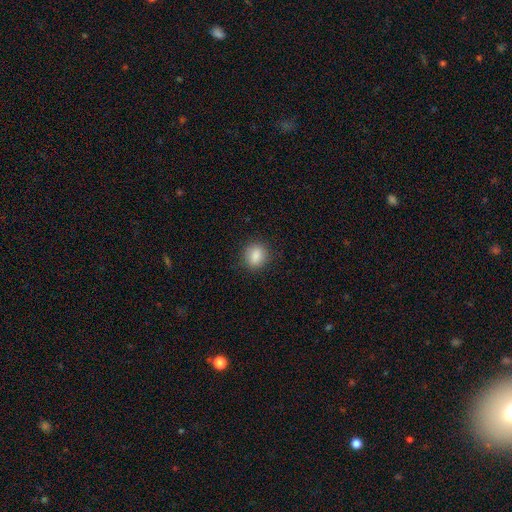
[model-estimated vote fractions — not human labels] This is clearly a smooth galaxy (87%). How rounded: likely round (68%). Merging: clearly none (85%).